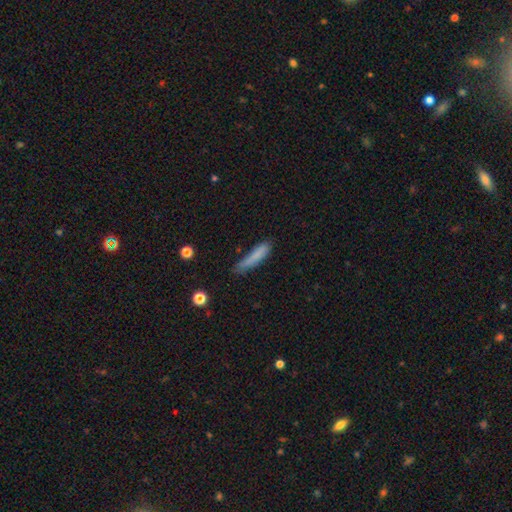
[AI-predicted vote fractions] This is likely a smooth galaxy (80%). How rounded: clearly cigar-shaped (87%). Merging: likely none (62%).